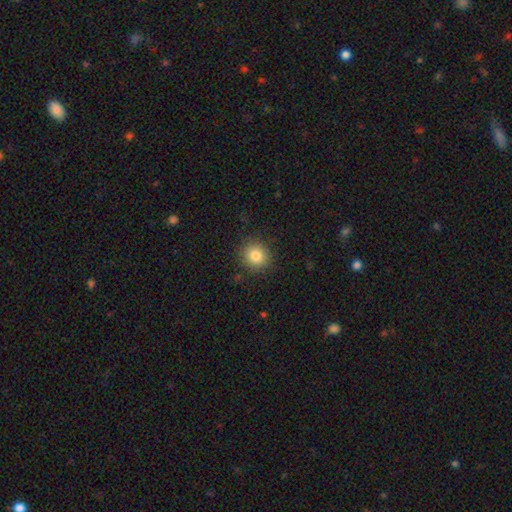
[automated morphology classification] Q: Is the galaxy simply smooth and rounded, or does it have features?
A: smooth — 83%.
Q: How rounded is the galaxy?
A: round — 88%.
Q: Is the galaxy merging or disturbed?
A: none — 89%.